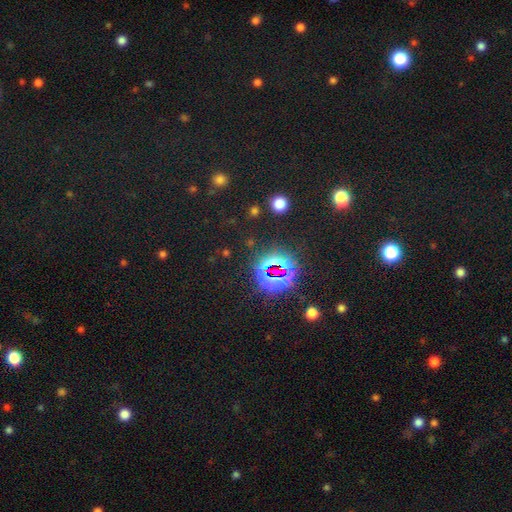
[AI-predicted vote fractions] smooth_or_featured: star or artifact (p=0.75) [alt: smooth p=0.17]